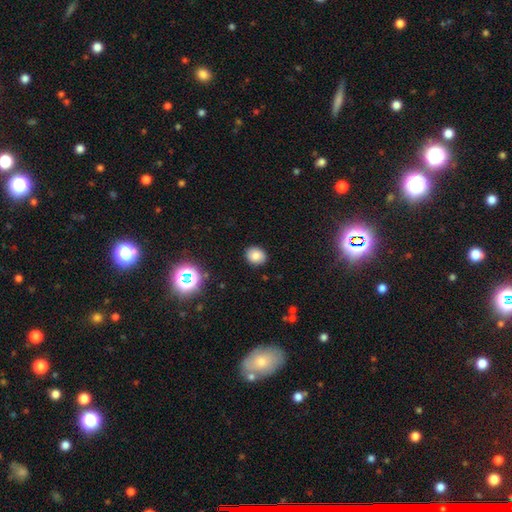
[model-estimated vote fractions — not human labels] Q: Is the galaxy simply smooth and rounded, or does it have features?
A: smooth — 79%.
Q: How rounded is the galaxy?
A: round — 66%.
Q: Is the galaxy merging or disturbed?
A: none — 88%.